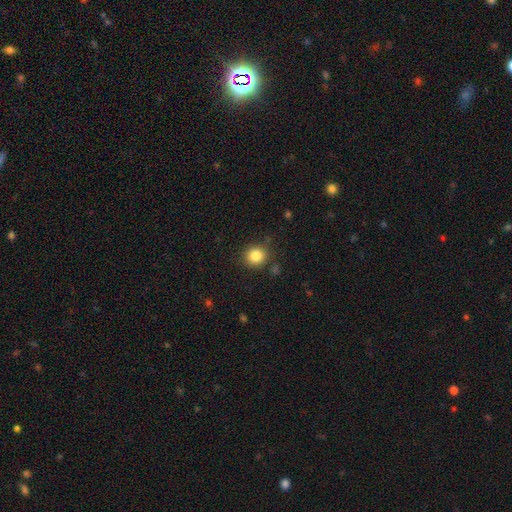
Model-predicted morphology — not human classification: This appears to be a smooth galaxy with no disk features (85%) that is round (87%). Merging: none (85%).